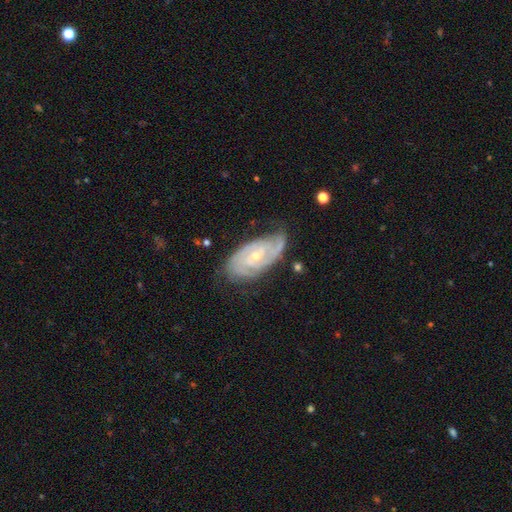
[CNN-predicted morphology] Overall: featured or disk (87%). Edge-on disk: no (95%). Bar: no (53%; weak 36%). Spiral arms: yes (97%). Spiral arm count: 2 (45%; 3 22%). Spiral winding: tight (69%). Bulge size: small (66%; moderate 31%). Merging: none (70%).